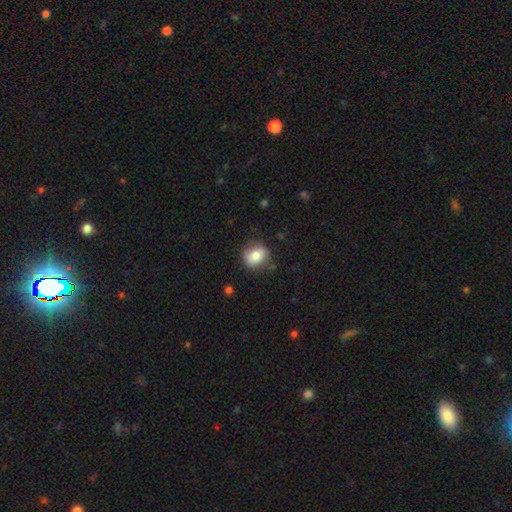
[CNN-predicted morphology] Smooth or featured: smooth — 78% (featured or disk — 14%)
How rounded: round — 55% (in between — 44%)
Merging: none — 76% (minor disturbance — 17%)